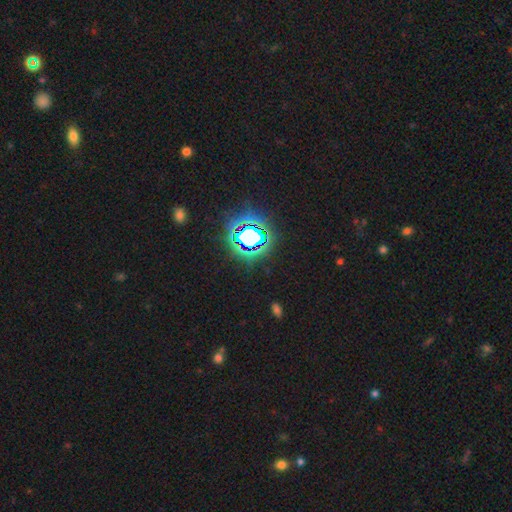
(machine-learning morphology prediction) Q: Smooth or featured?
A: star or artifact (83%); runner-up: smooth (11%)